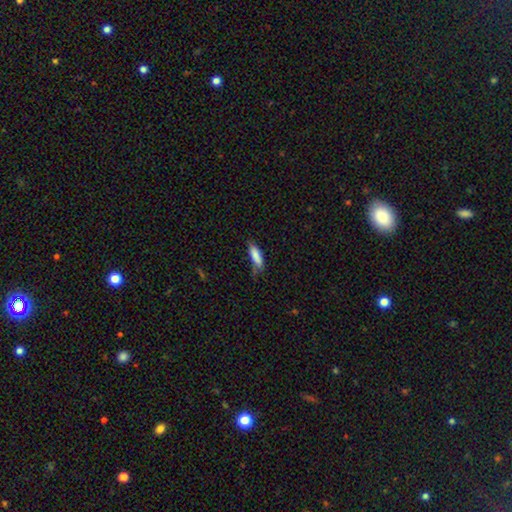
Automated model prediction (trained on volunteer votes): smooth-or-featured: smooth: 83% | featured or disk: 10% | star or artifact: 7%
  how-rounded: cigar-shaped: 50% | in between: 49% | round: 2%
  merging: none: 51% | minor disturbance: 35% | major disturbance: 11% | merger: 4%